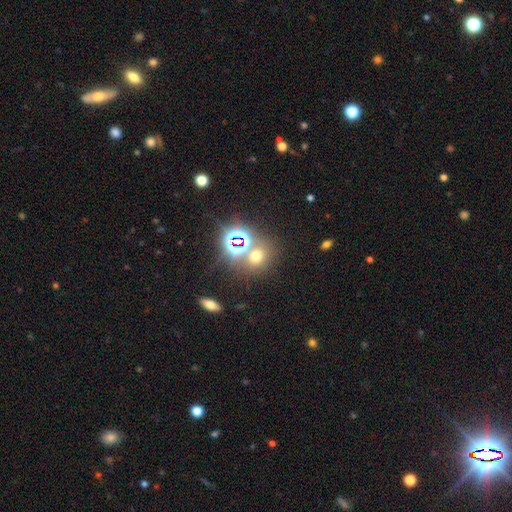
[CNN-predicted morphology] Smooth or featured? Predicted: smooth (p=0.47). Merging? Predicted: none (p=0.66).